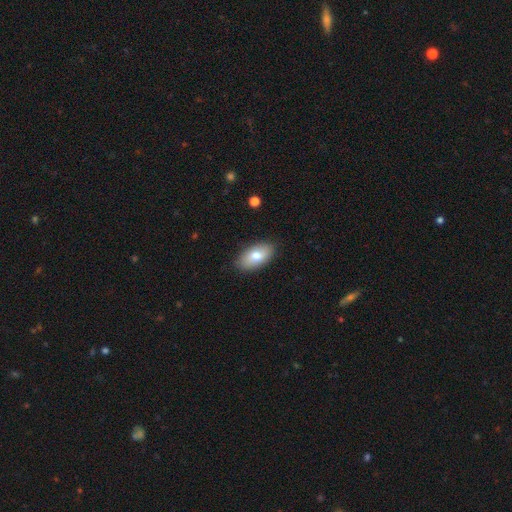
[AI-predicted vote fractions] Q: Smooth or featured?
A: smooth (76%); runner-up: featured or disk (17%)
Q: How rounded?
A: in between (94%); runner-up: round (3%)
Q: Merging?
A: none (87%); runner-up: minor disturbance (10%)